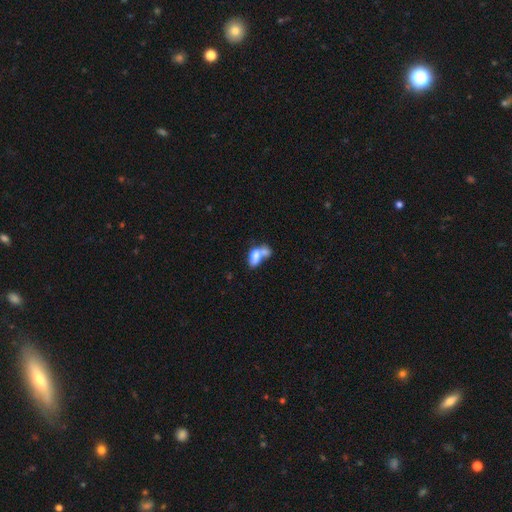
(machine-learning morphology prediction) Overall: smooth (69%). How rounded: in between (85%). Merging: merger (66%).